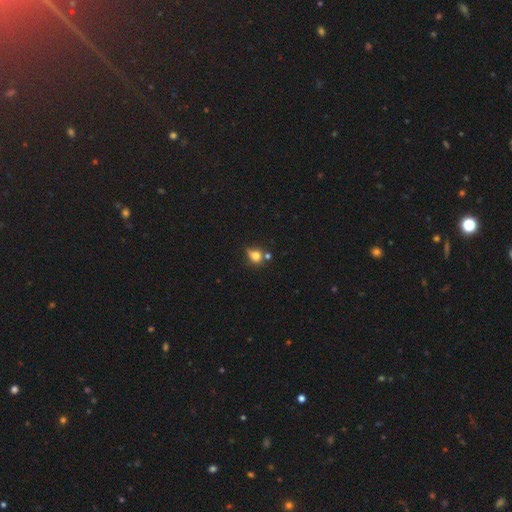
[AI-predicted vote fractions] Smooth or featured: smooth — 71% (featured or disk — 16%)
How rounded: round — 58% (in between — 39%)
Merging: none — 46% (minor disturbance — 23%)